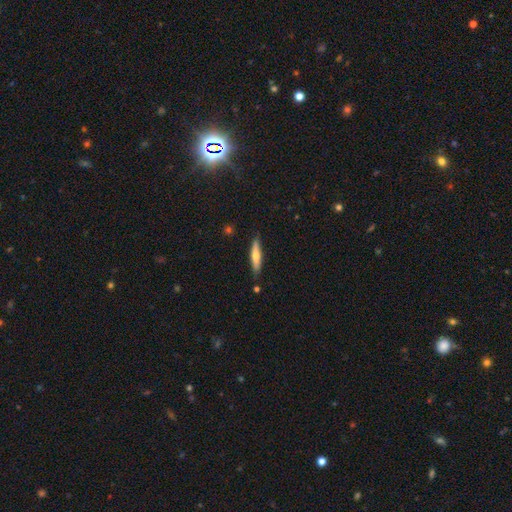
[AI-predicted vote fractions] Morphology: type=smooth (56%); roundness=cigar-shaped (84%); merging=none (85%).